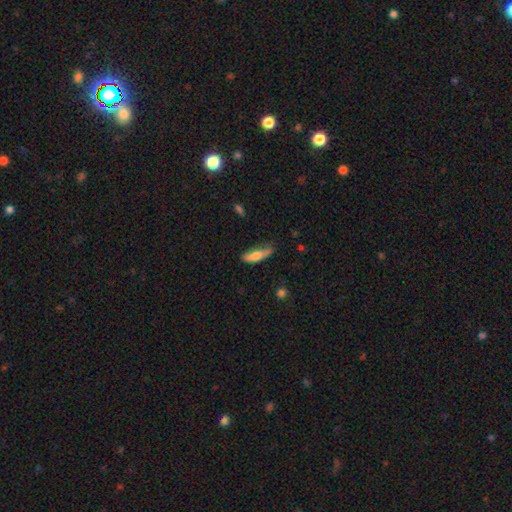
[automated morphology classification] smooth 71%, featured or disk 22%, star or artifact 6%. Down the decision tree: how rounded — cigar-shaped (64%); merging — none (55%).